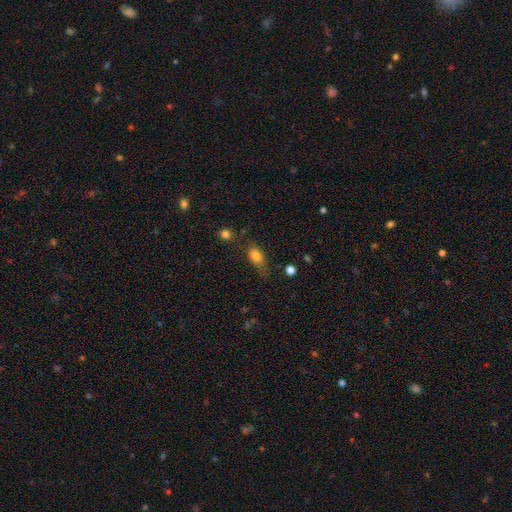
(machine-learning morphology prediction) Smooth or featured?
  - smooth: 80% *
  - star or artifact: 10%
  - featured or disk: 10%
How rounded?
  - in between: 79% *
  - round: 13%
  - cigar-shaped: 8%
Merging?
  - none: 49% *
  - minor disturbance: 32%
  - major disturbance: 15%
  - merger: 4%